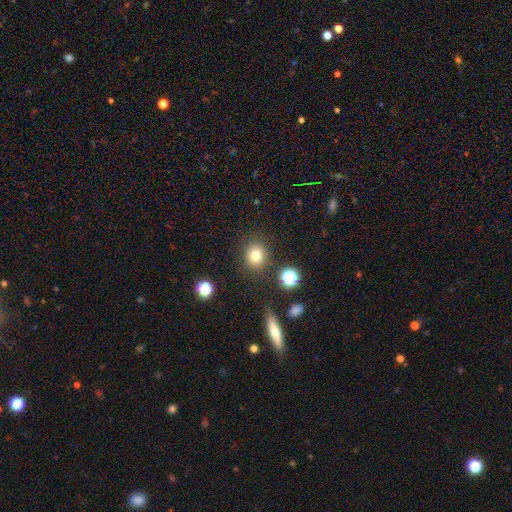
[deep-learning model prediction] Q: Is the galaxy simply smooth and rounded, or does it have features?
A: smooth — 78%.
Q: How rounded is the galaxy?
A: round — 77%.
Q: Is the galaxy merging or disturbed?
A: none — 85%.